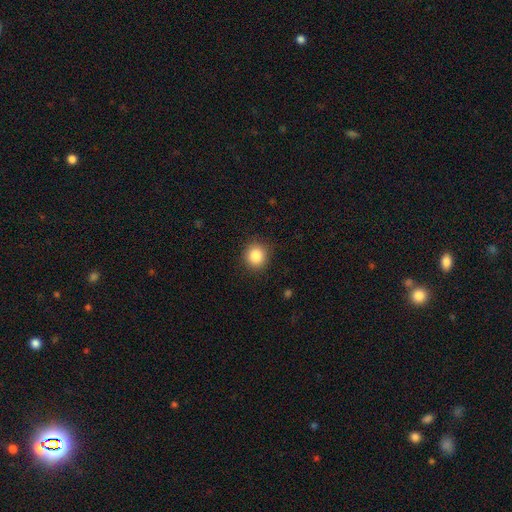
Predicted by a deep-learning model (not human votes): This appears to be a smooth galaxy with no disk features (86%) that is round (87%). Merging: none (90%).